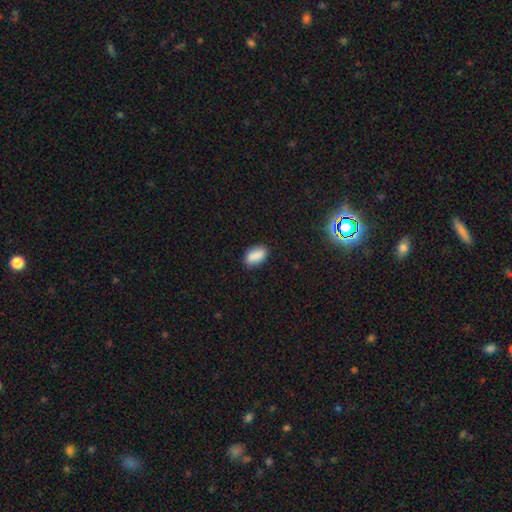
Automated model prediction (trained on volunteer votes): Smooth or featured? Predicted: smooth (p=0.87). How rounded? Predicted: in between (p=0.90). Merging? Predicted: none (p=0.84).